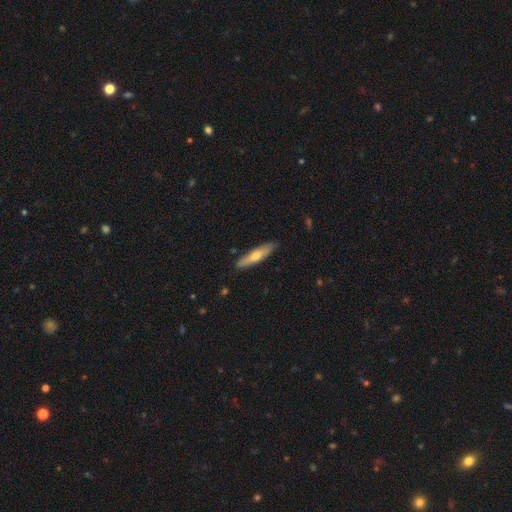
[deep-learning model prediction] Smooth or featured: smooth — 56% (featured or disk — 38%)
How rounded: cigar-shaped — 75% (in between — 23%)
Merging: none — 86% (minor disturbance — 11%)